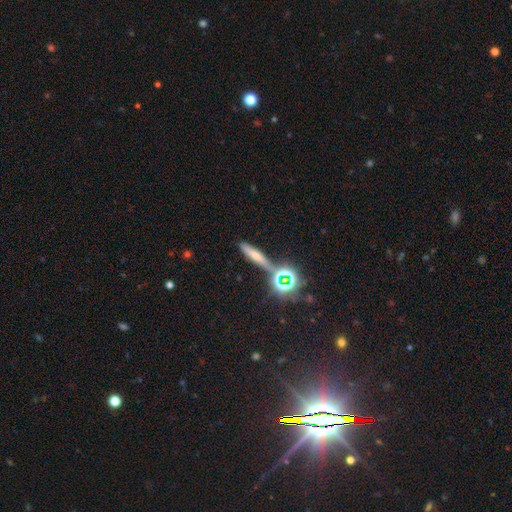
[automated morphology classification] Smooth or featured? Predicted: smooth (p=0.47). Merging? Predicted: none (p=0.70).